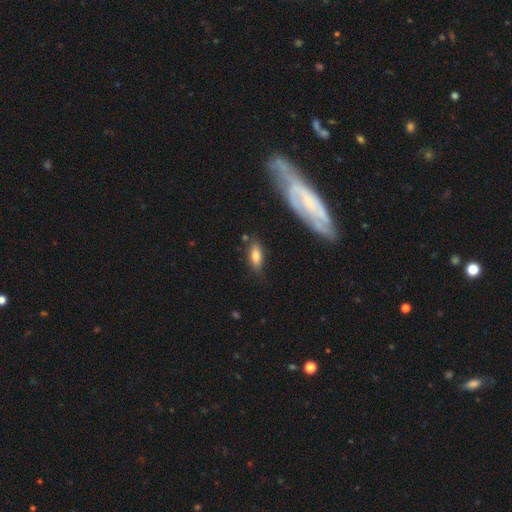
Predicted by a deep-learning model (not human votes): Smooth or featured?
  - smooth: 73% *
  - featured or disk: 20%
  - star or artifact: 7%
How rounded?
  - in between: 76% *
  - cigar-shaped: 21%
  - round: 3%
Merging?
  - none: 76% *
  - minor disturbance: 16%
  - merger: 4%
  - major disturbance: 4%